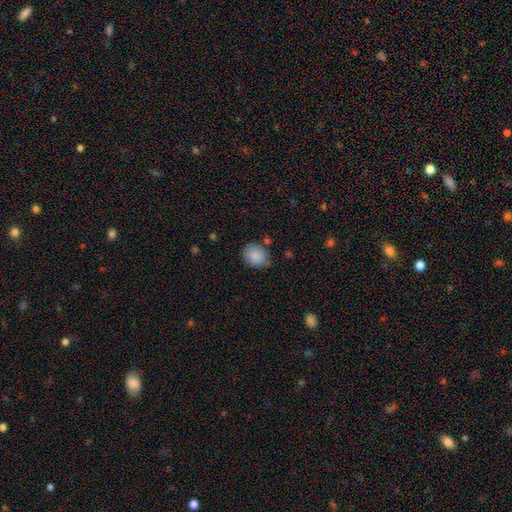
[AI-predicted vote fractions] smooth-or-featured: smooth: 87% | star or artifact: 7% | featured or disk: 6%
  how-rounded: round: 61% | in between: 38% | cigar-shaped: 1%
  merging: none: 75% | minor disturbance: 18% | major disturbance: 4% | merger: 3%